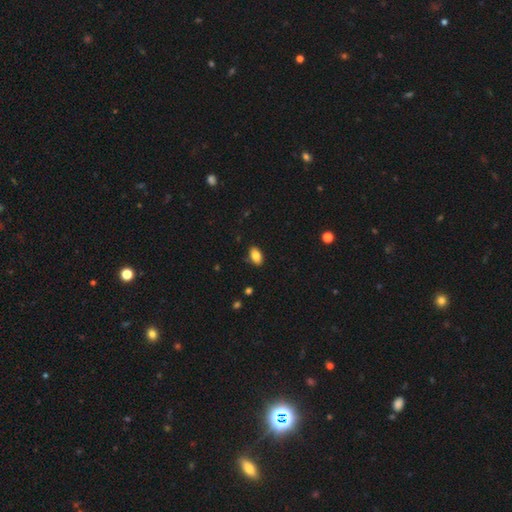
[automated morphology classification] Smooth or featured: smooth — 83% (featured or disk — 9%)
How rounded: in between — 91% (round — 6%)
Merging: none — 86% (minor disturbance — 11%)